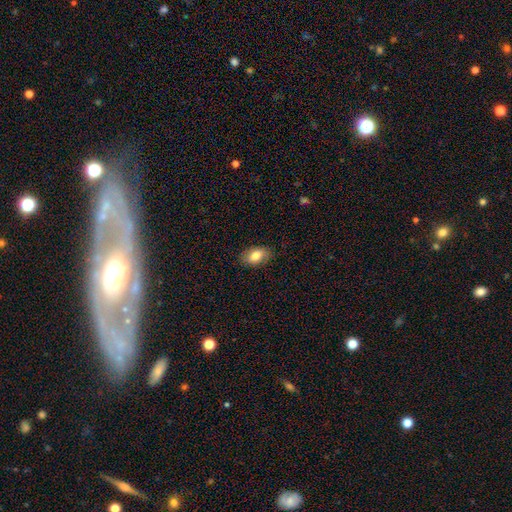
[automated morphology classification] smooth-or-featured: smooth: 81% | featured or disk: 12% | star or artifact: 7%
  how-rounded: in between: 90% | round: 8% | cigar-shaped: 2%
  merging: none: 86% | minor disturbance: 11% | major disturbance: 2% | merger: 1%